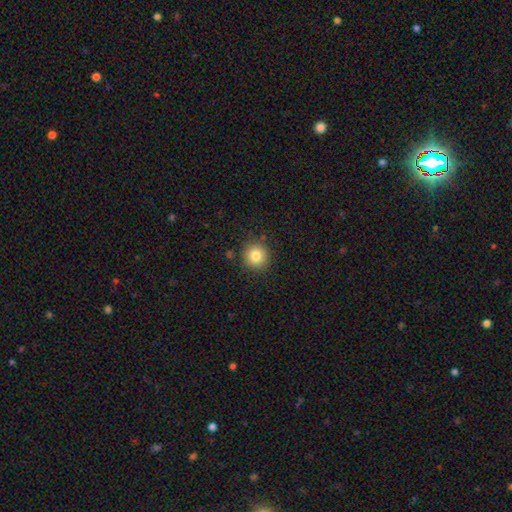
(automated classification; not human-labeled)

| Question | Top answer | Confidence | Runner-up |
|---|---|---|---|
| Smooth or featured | smooth | 82% | star or artifact (11%) |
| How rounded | round | 93% | in between (6%) |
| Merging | none | 87% | minor disturbance (8%) |